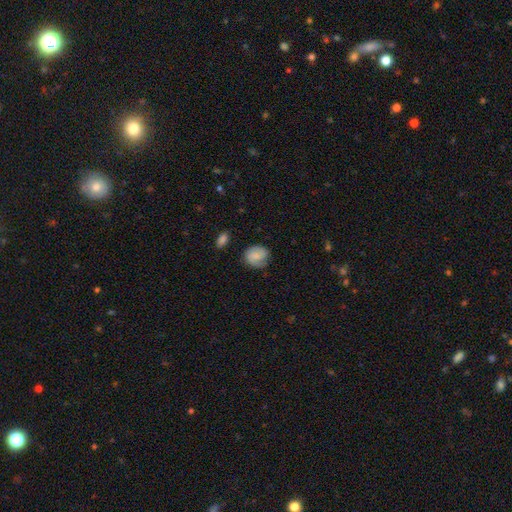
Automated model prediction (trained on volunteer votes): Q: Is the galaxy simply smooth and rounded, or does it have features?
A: smooth — 52%.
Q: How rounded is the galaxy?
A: round — 74%.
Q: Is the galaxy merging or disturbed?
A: none — 73%.